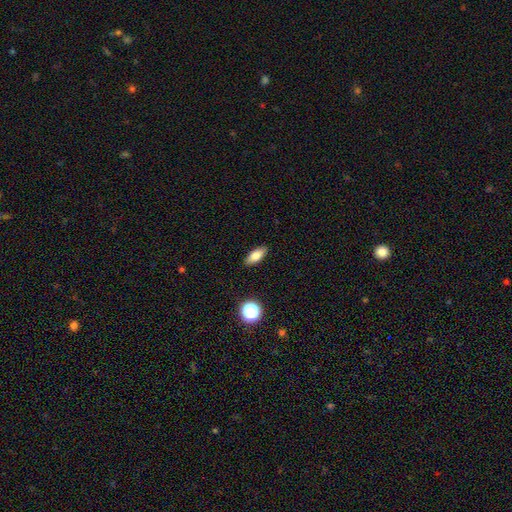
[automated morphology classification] Overall: smooth (80%). How rounded: in between (80%). Merging: none (89%).